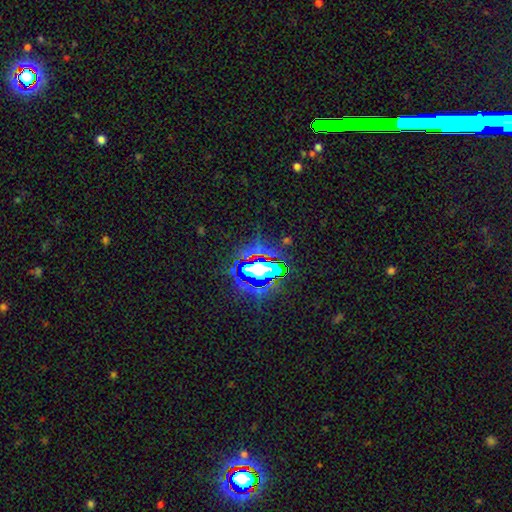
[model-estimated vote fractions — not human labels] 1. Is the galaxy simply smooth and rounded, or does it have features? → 67% star or artifact, 19% smooth, 14% featured or disk.